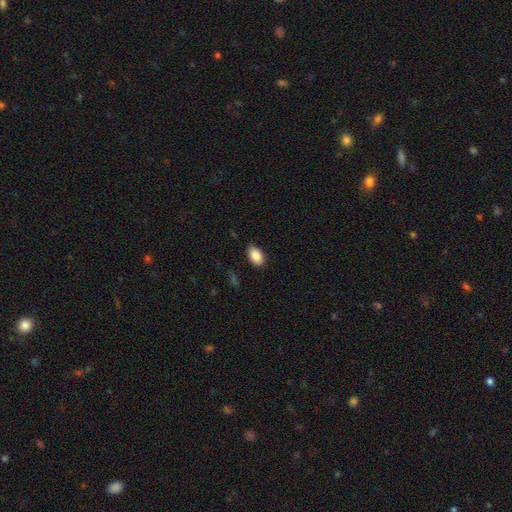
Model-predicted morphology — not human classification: This appears to be a smooth galaxy with no disk features (88%) that is in between round and cigar-shaped (92%). Merging: none (84%).